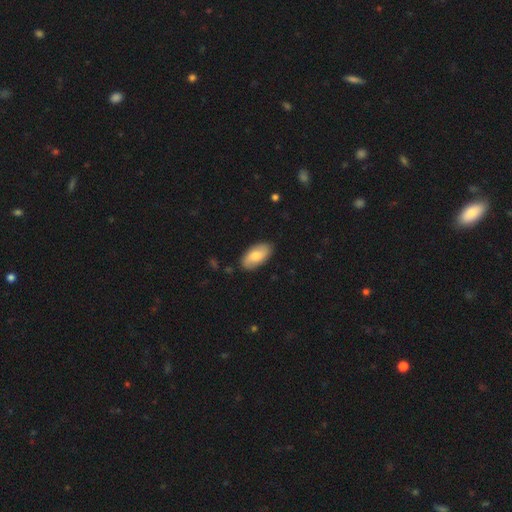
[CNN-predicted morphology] type=smooth (67%); roundness=in between (94%); merging=none (85%).